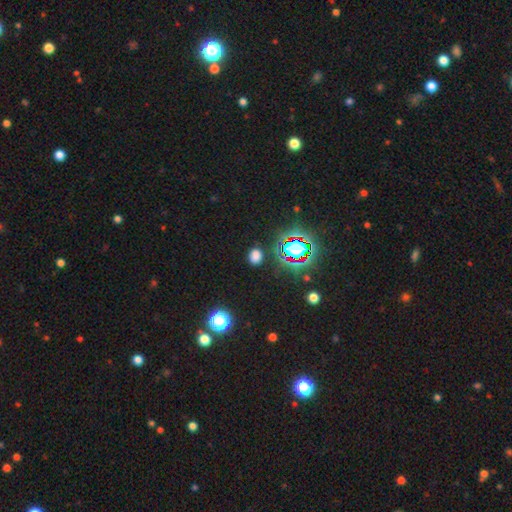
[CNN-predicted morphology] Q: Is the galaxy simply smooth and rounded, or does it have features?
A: smooth — 66%.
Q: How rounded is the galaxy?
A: round — 54%.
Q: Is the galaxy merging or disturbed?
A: none — 85%.